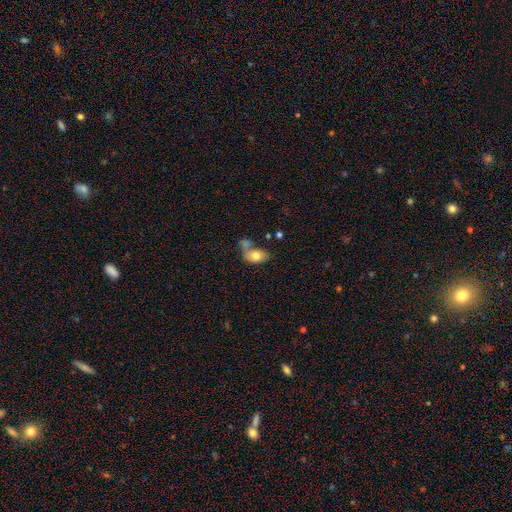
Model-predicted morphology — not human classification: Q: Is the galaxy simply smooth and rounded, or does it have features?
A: smooth — 74%.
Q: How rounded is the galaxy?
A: in between — 81%.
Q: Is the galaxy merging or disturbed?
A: merger — 42%.